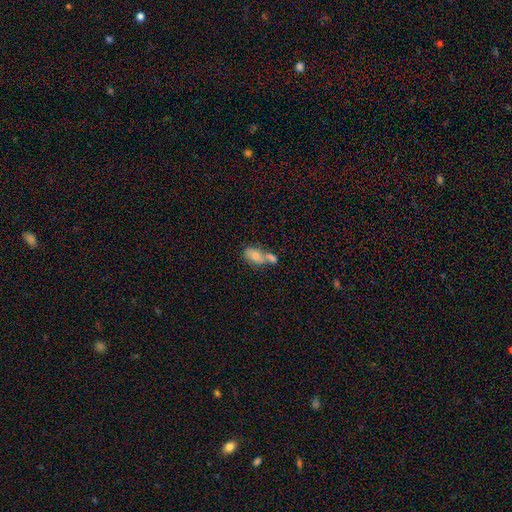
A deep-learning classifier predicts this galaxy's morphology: This is likely a smooth galaxy (64%). How rounded: clearly in between (86%). Merging: possibly merger (50%).